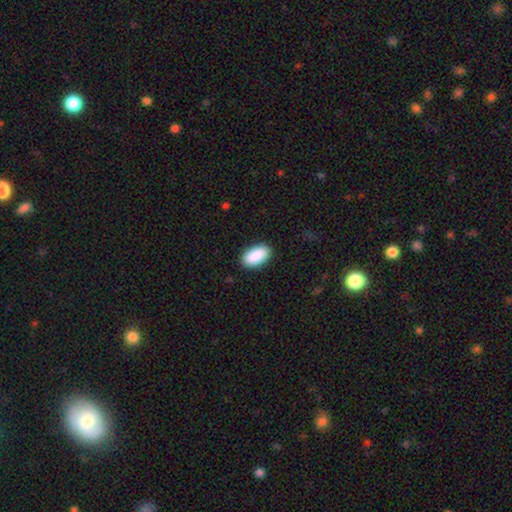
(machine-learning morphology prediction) This is clearly a smooth galaxy (91%). How rounded: clearly in between (96%). Merging: clearly none (89%).